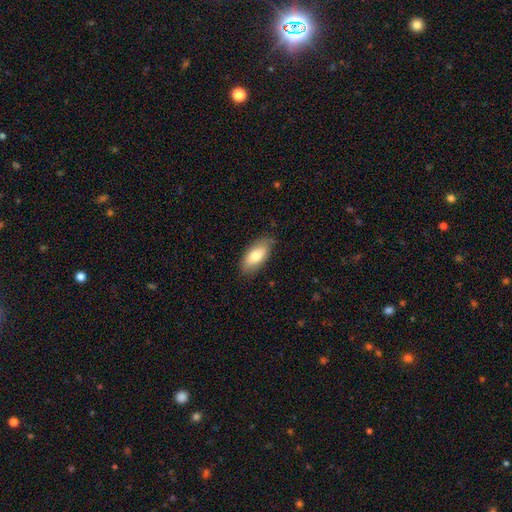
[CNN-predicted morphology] smooth_or_featured: smooth (p=0.75) [alt: featured or disk p=0.18]
how_rounded: in between (p=0.89) [alt: cigar-shaped p=0.08]
merging: none (p=0.80) [alt: minor disturbance p=0.16]